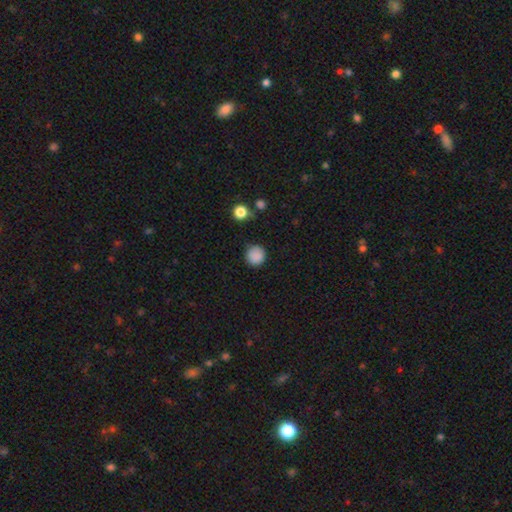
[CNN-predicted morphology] A smooth galaxy with no disk features (86%) that is round (92%). Merging: none (87%).